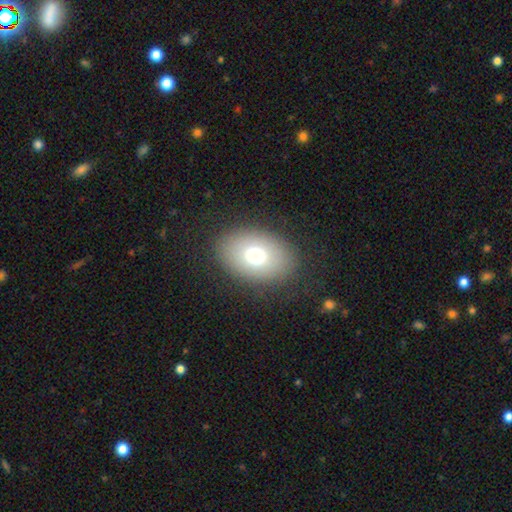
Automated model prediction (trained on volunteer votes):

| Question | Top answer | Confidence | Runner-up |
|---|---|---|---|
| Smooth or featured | smooth | 72% | featured or disk (16%) |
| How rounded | in between | 77% | round (22%) |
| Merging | none | 86% | minor disturbance (9%) |